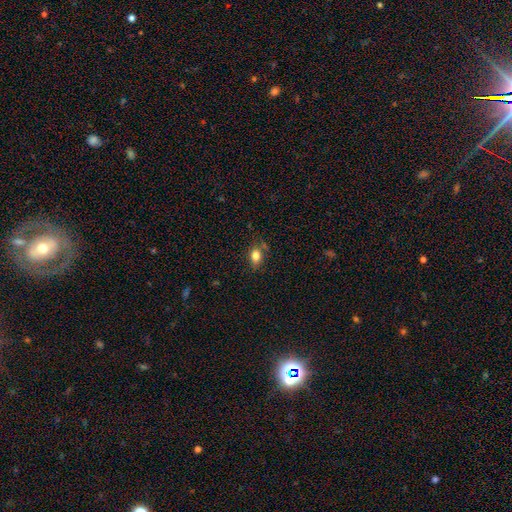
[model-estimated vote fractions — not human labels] This appears to be a smooth galaxy with no disk features (80%) that is in between round and cigar-shaped (75%). Merging: none (73%).